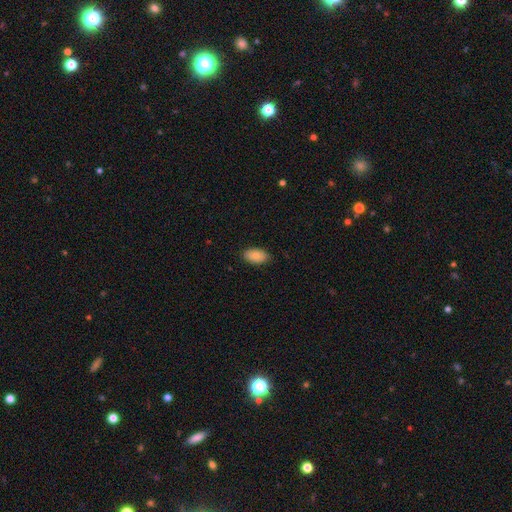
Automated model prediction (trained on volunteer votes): This appears to be a smooth galaxy with no disk features (84%) that is in between round and cigar-shaped (93%). Merging: none (86%).